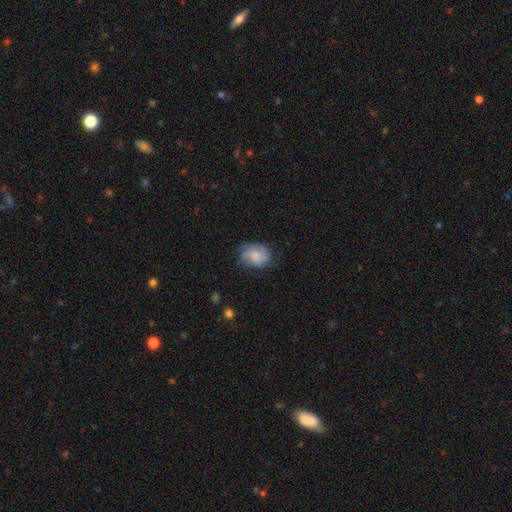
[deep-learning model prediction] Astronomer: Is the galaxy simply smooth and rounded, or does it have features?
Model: smooth — 62%.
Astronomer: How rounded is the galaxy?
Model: in between — 56% (runner-up: round, 43%).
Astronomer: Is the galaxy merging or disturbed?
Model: none — 62%.